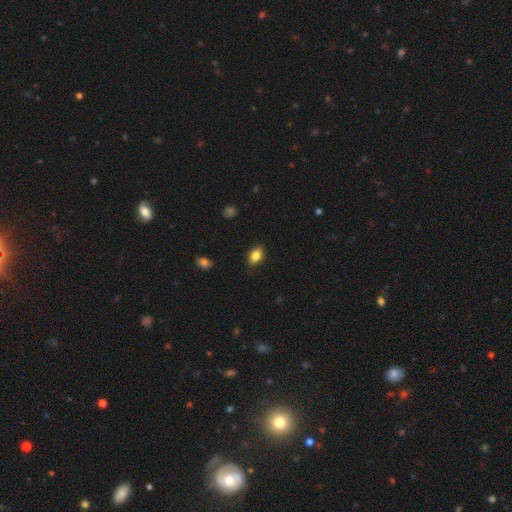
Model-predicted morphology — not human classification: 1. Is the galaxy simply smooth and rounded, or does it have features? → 84% smooth, 9% star or artifact, 8% featured or disk.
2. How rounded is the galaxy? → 80% in between, 18% round, 2% cigar-shaped.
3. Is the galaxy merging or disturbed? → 82% none, 14% minor disturbance, 3% major disturbance, 1% merger.